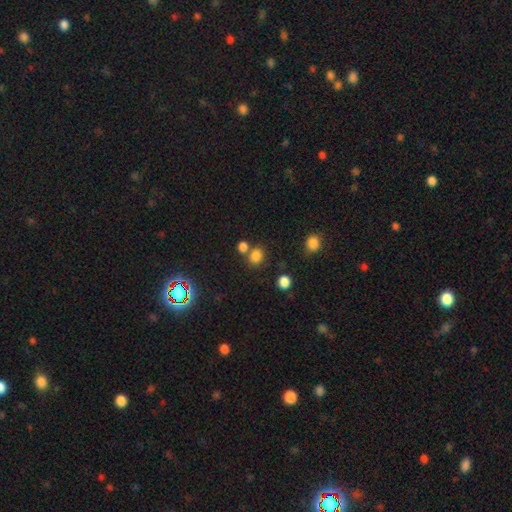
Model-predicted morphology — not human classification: smooth 78%, star or artifact 17%, featured or disk 6%. Down the decision tree: how rounded — round (66%); merging — none (60%).